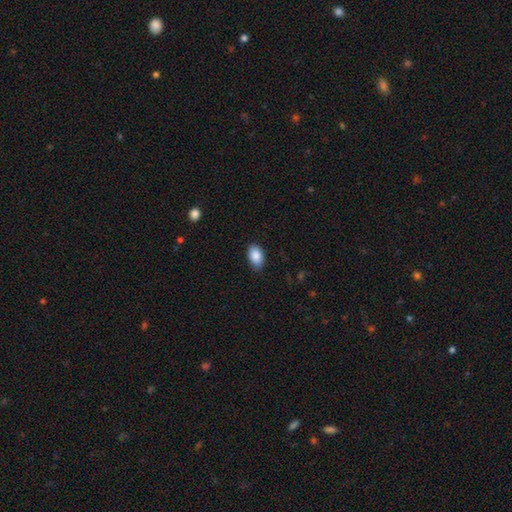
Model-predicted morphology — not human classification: smooth-or-featured: smooth: 88% | star or artifact: 7% | featured or disk: 5%
  how-rounded: in between: 93% | round: 6% | cigar-shaped: 1%
  merging: none: 83% | minor disturbance: 14% | major disturbance: 2% | merger: 1%